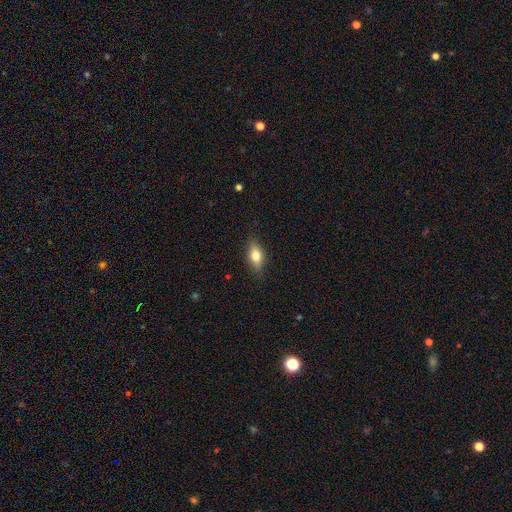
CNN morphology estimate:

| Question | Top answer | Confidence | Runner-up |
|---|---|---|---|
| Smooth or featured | smooth | 72% | featured or disk (20%) |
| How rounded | in between | 81% | cigar-shaped (11%) |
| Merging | none | 84% | minor disturbance (12%) |